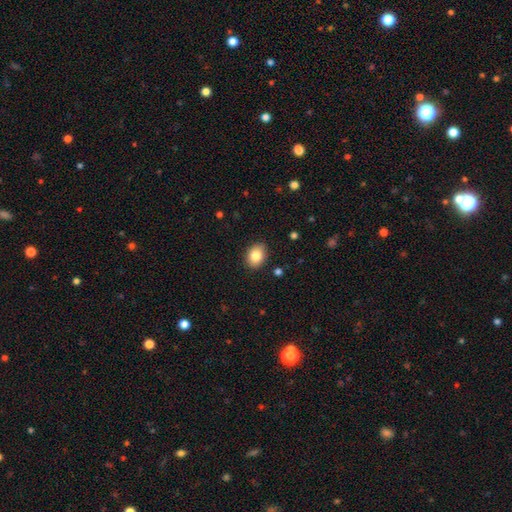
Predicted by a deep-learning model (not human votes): Morphology: type=smooth (84%); roundness=in between (65%); merging=none (87%).